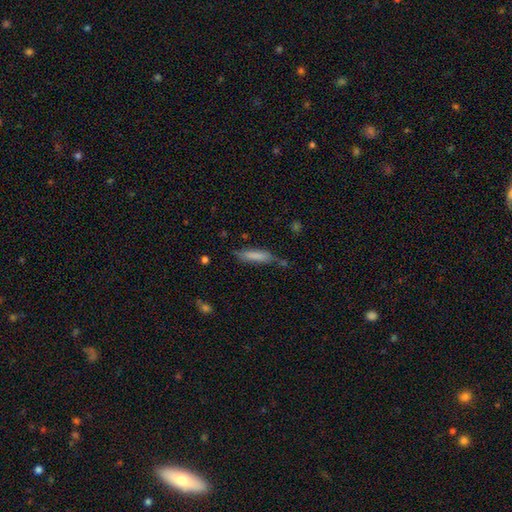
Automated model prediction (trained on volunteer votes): The model was most divided on "merging": none: 65%, minor disturbance: 24%, major disturbance: 6%, merger: 5%. More confident: smooth or featured — smooth (80%); how rounded — cigar-shaped (74%).